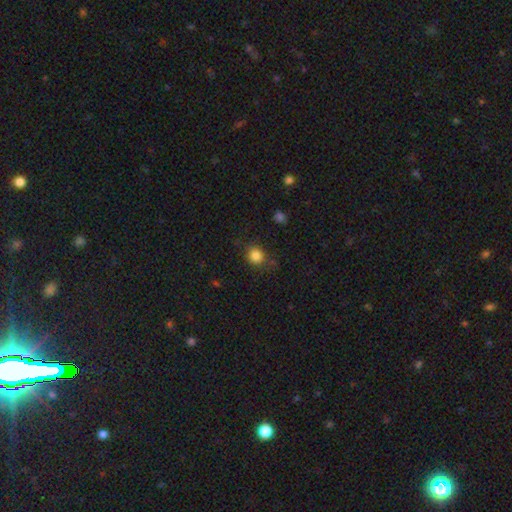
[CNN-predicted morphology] Smooth or featured? smooth (84%)
How rounded? round (83%)
Merging? none (79%)